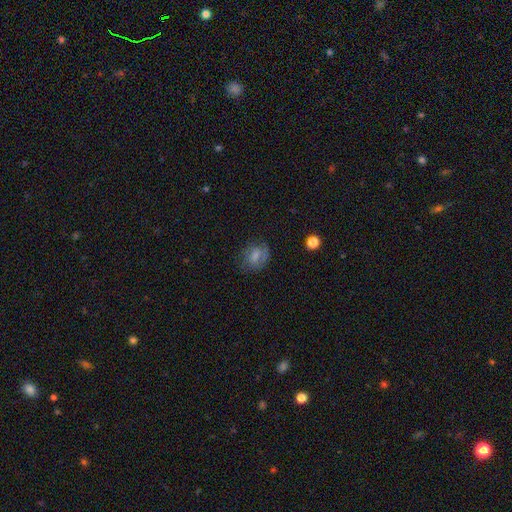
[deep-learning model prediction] This is possibly a smooth galaxy (59%). How rounded: possibly in between (59%). Merging: possibly none (60%).